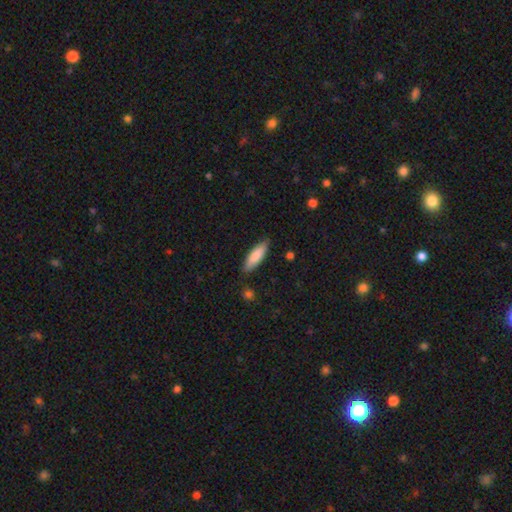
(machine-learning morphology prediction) The model was most divided on "how rounded": cigar-shaped: 55%, in between: 44%, round: 1%. More confident: merging — none (86%); smooth or featured — smooth (84%).